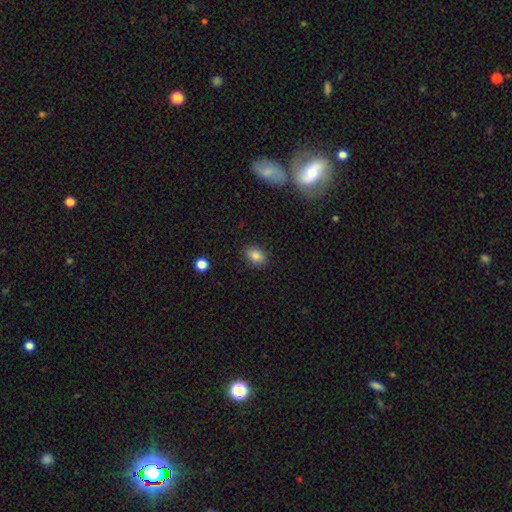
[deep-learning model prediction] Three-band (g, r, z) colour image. It shows a smooth galaxy with no disk features (84%) that is in between round and cigar-shaped (79%). Merging: none (87%).